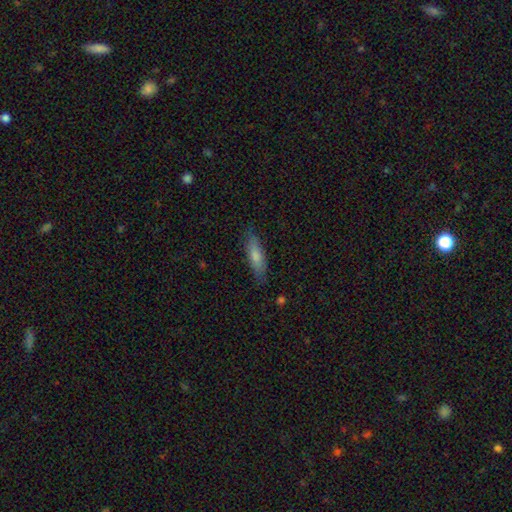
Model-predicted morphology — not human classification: Smooth or featured: smooth — 74% (featured or disk — 20%)
How rounded: cigar-shaped — 60% (in between — 39%)
Merging: none — 81% (minor disturbance — 15%)